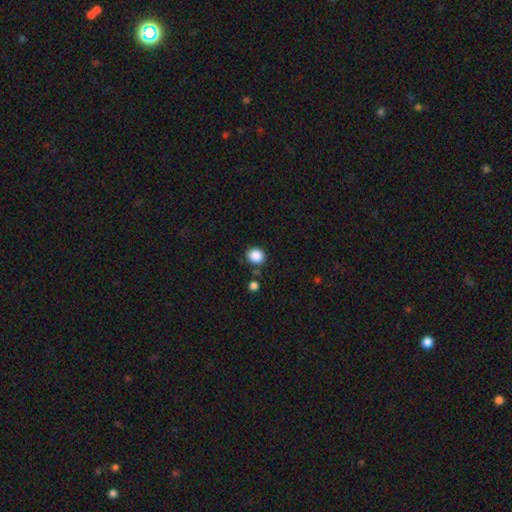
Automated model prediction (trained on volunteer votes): smooth_or_featured: smooth (p=0.88) [alt: star or artifact p=0.09]
how_rounded: round (p=0.79) [alt: in between p=0.20]
merging: none (p=0.81) [alt: minor disturbance p=0.10]